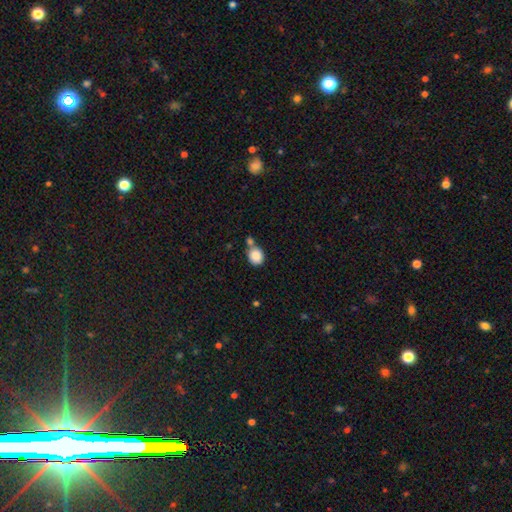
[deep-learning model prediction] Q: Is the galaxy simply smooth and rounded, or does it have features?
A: smooth — 87%.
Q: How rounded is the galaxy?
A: round — 65%.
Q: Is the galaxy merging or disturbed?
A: none — 53%.